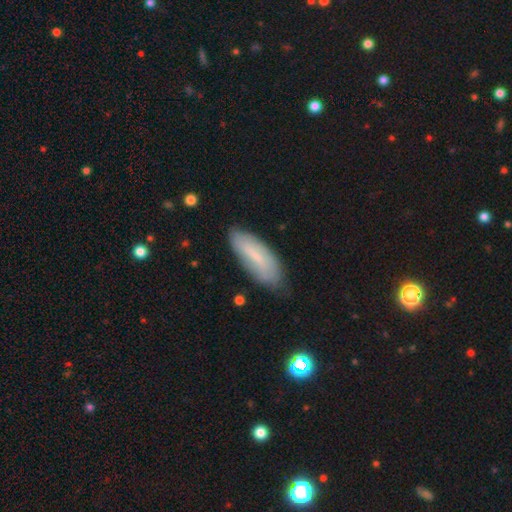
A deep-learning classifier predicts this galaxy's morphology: Overall: smooth (62%; featured or disk 31%). How rounded: in between (61%; cigar-shaped 37%). Merging: none (74%).